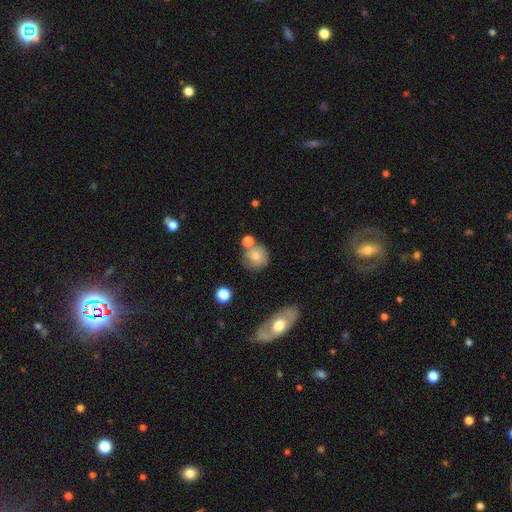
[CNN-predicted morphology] smooth 73%, featured or disk 17%, star or artifact 10%. Down the decision tree: how rounded — round (84%); merging — none (59%).